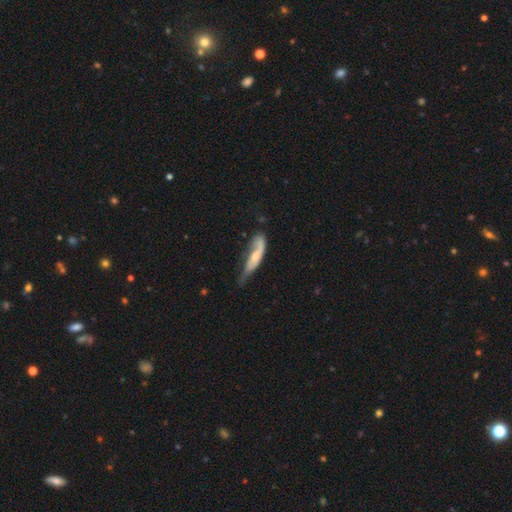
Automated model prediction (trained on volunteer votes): Smooth or featured?
  - featured or disk: 49% *
  - smooth: 46%
  - star or artifact: 6%
Merging?
  - minor disturbance: 35% *
  - none: 32%
  - major disturbance: 28%
  - merger: 5%